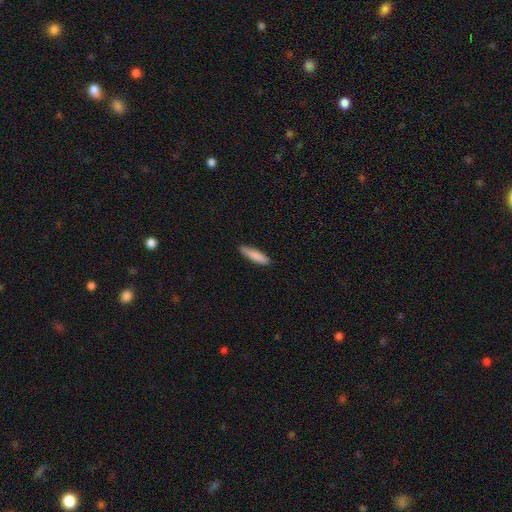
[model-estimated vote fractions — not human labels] A smooth galaxy with no disk features (85%) that is cigar-shaped (82%). Merging: none (87%).